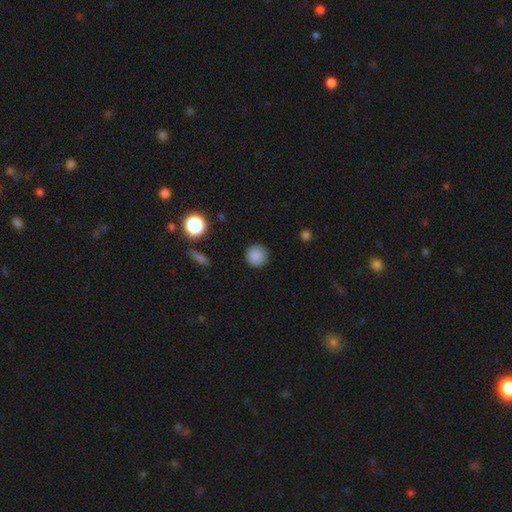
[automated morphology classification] smooth-or-featured: smooth: 86% | star or artifact: 10% | featured or disk: 4%
  how-rounded: round: 94% | in between: 5% | cigar-shaped: 1%
  merging: none: 90% | minor disturbance: 7% | major disturbance: 2% | merger: 1%